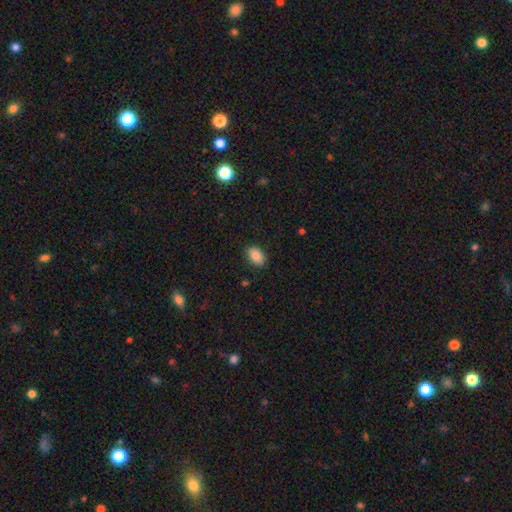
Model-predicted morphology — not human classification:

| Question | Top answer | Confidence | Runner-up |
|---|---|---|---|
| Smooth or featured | smooth | 85% | star or artifact (8%) |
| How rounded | in between | 89% | round (10%) |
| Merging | none | 87% | minor disturbance (10%) |